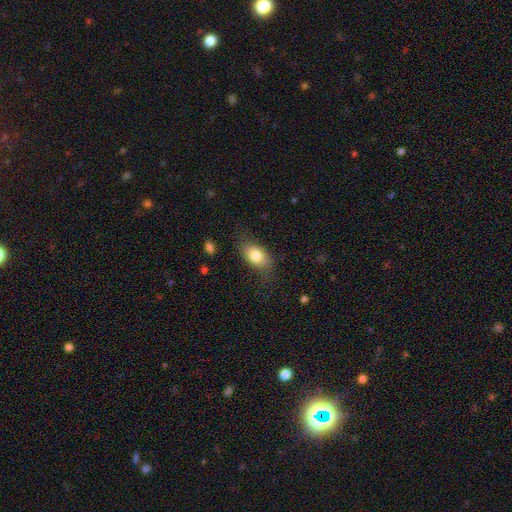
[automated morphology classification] smooth 79%, featured or disk 14%, star or artifact 7%. Down the decision tree: how rounded — in between (88%); merging — none (72%).